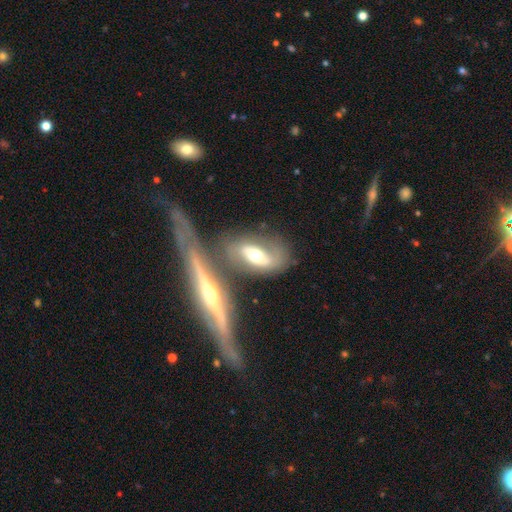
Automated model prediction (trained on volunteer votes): Overall: featured or disk (57%; smooth 36%). Edge-on disk: no (74%). Merging: none (51%; merger 22%).